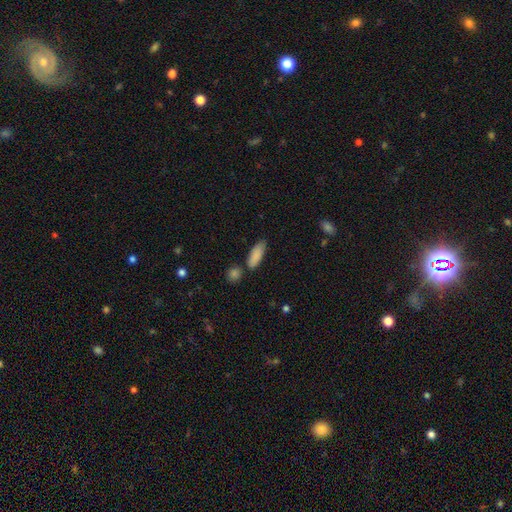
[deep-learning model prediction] This is clearly a smooth galaxy (88%). How rounded: likely in between (66%). Merging: likely none (74%).